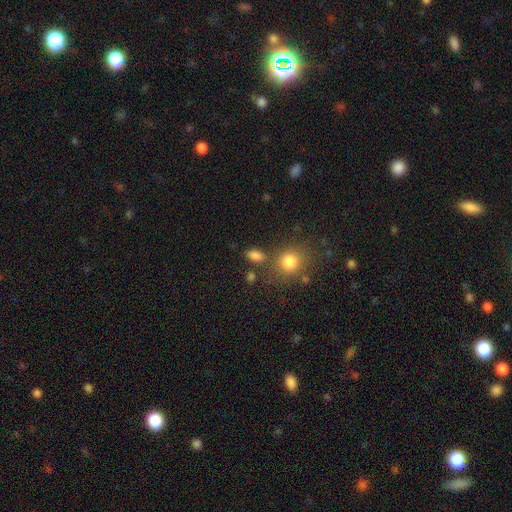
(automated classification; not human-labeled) Smooth or featured? smooth (83%)
How rounded? in between (82%)
Merging? none (74%)